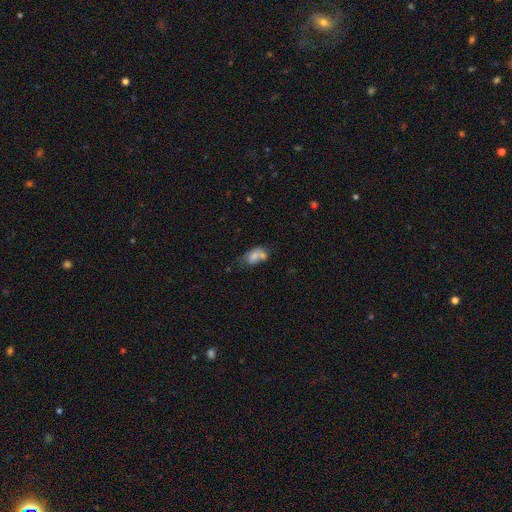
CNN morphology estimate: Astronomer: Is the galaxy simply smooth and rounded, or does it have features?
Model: smooth — 63%.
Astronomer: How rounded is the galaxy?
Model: in between — 86%.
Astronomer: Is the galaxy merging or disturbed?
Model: merger — 42% (runner-up: none, 25%).